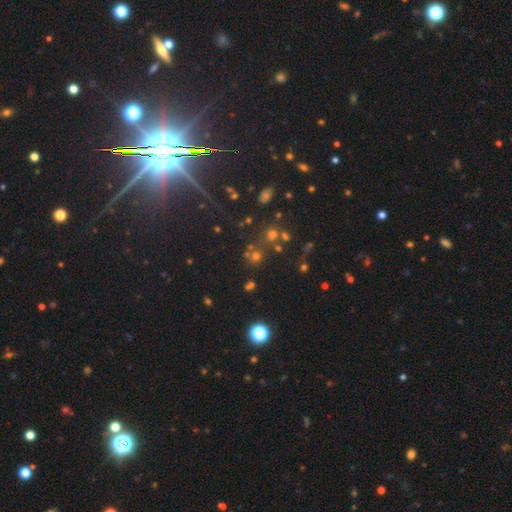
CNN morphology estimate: The model was most divided on "smooth or featured": star or artifact: 54%, smooth: 36%, featured or disk: 10%.